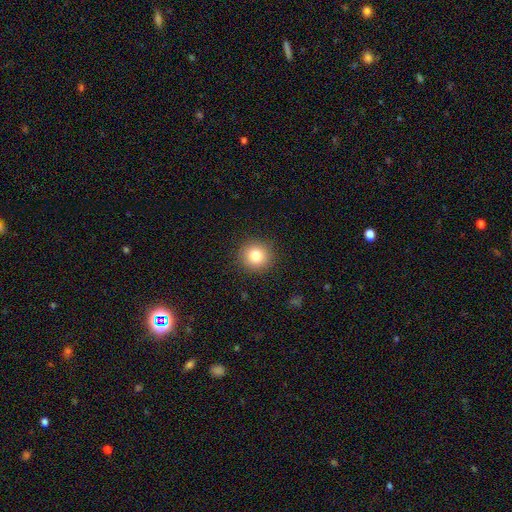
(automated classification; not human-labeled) smooth 81%, star or artifact 11%, featured or disk 8%. Down the decision tree: how rounded — round (93%); merging — none (91%).